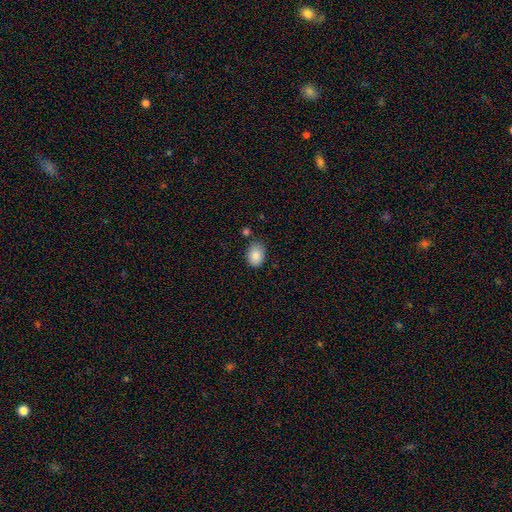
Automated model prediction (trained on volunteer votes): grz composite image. It shows a smooth galaxy with no disk features (87%) that is in between round and cigar-shaped (74%). Merging: none (75%).